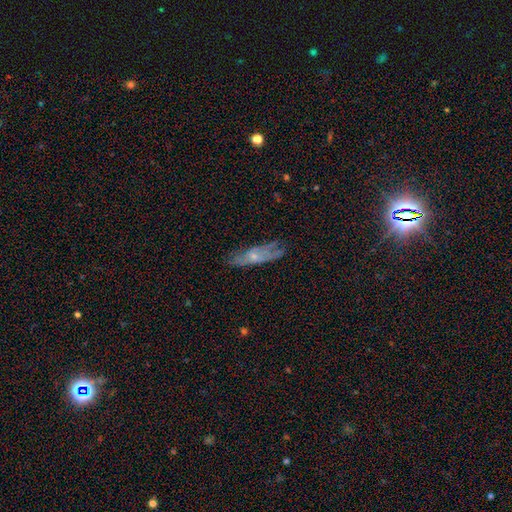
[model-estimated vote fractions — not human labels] smooth-or-featured: featured or disk: 50% | smooth: 41% | star or artifact: 9%
  disk-edge-on: no: 64% | yes: 36%
  merging: none: 62% | minor disturbance: 26% | major disturbance: 10% | merger: 2%